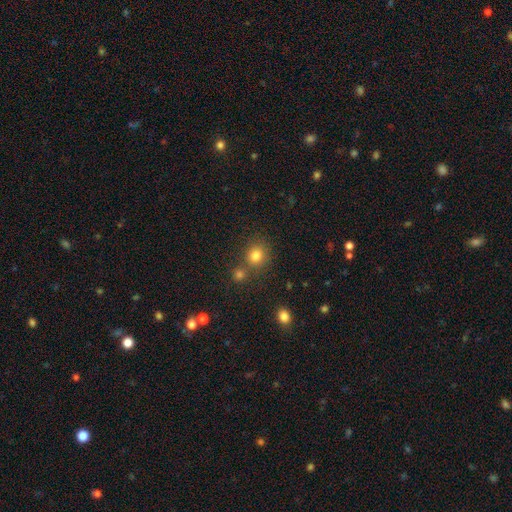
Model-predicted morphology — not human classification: Smooth or featured? smooth (81%)
How rounded? round (81%)
Merging? none (66%)